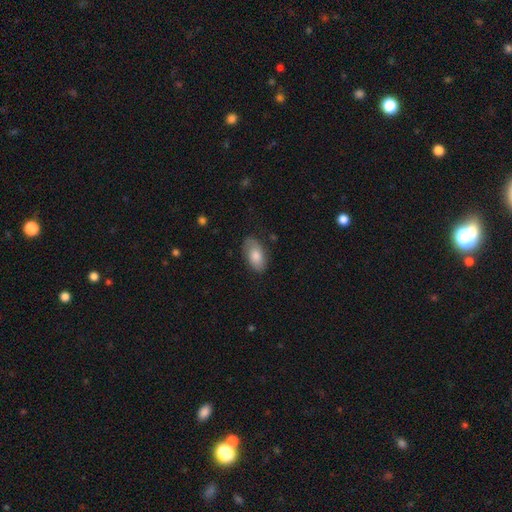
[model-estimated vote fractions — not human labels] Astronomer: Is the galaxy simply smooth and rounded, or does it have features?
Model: smooth — 76%.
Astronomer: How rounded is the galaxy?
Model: in between — 94%.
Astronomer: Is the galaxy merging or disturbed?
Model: none — 78%.